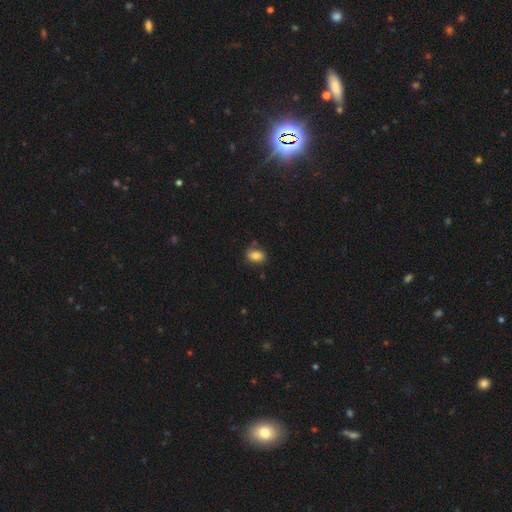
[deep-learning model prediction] Smooth or featured? smooth (82%)
How rounded? in between (73%)
Merging? none (74%)